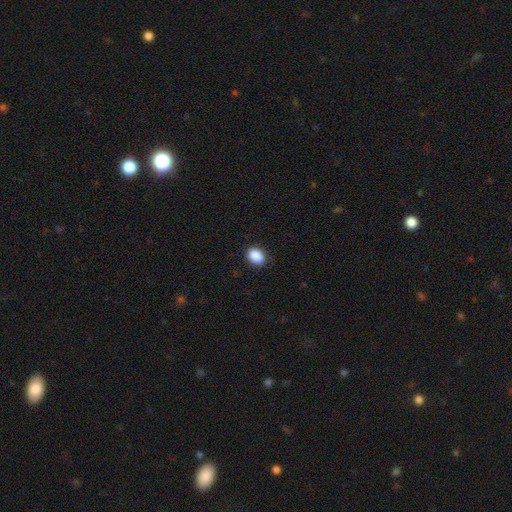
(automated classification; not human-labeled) This is clearly a smooth galaxy (89%). How rounded: likely in between (69%). Merging: clearly none (88%).